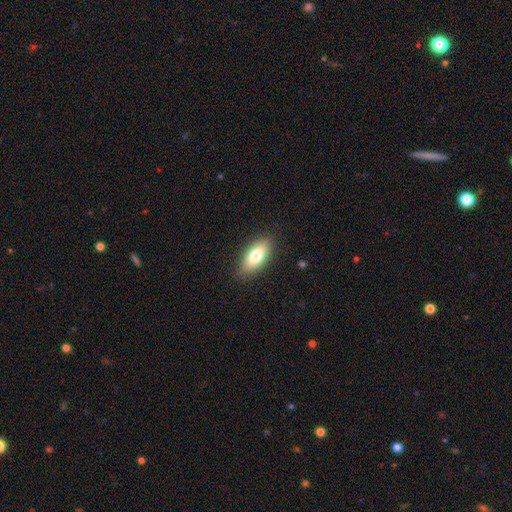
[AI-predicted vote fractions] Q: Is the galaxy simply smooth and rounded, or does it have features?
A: smooth — 77%.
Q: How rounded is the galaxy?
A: in between — 86%.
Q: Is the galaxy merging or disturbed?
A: none — 85%.